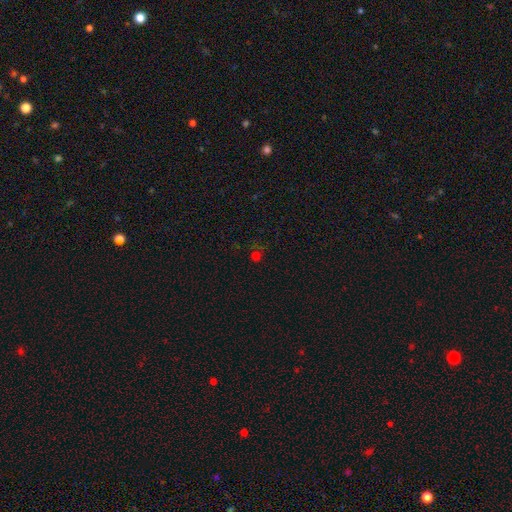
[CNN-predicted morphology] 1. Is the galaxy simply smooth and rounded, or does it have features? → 53% smooth, 39% star or artifact, 7% featured or disk.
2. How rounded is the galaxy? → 81% round, 17% in between, 1% cigar-shaped.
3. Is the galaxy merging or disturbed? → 70% none, 15% minor disturbance, 10% major disturbance, 5% merger.